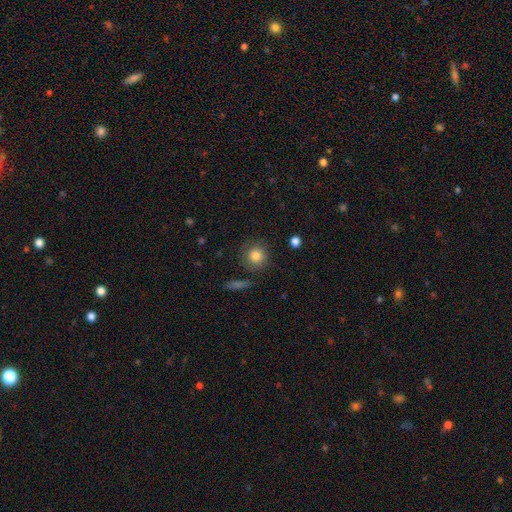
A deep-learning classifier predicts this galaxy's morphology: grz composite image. It shows a smooth galaxy with no disk features (83%) that is round (91%). Merging: none (83%).